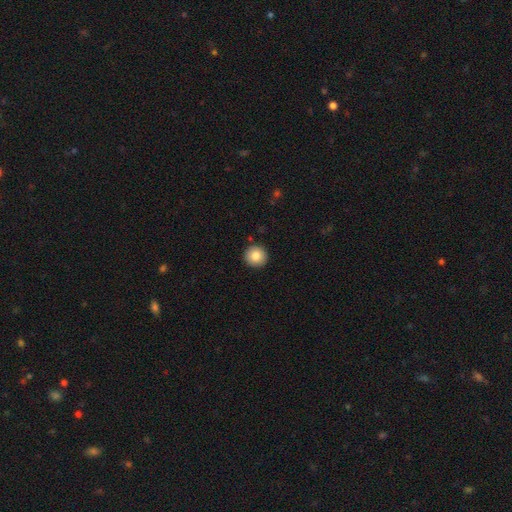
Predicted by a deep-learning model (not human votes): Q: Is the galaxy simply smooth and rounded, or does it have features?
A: smooth — 83%.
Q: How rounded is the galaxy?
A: round — 95%.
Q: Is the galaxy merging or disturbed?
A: none — 92%.